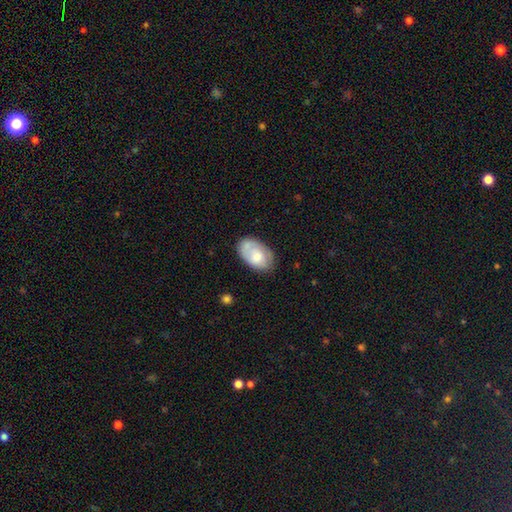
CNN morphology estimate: Smooth or featured? Predicted: smooth (p=0.64). How rounded? Predicted: in between (p=0.92). Merging? Predicted: none (p=0.64).